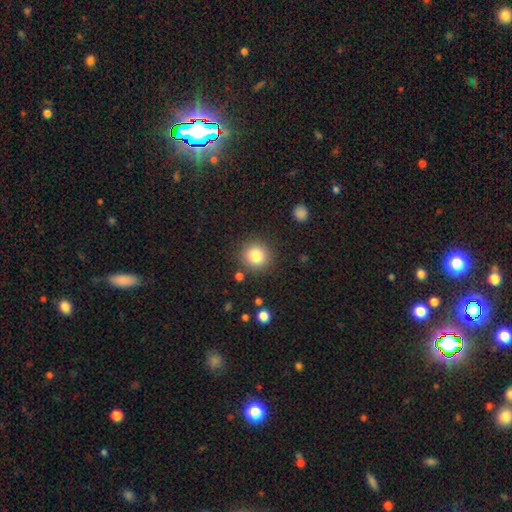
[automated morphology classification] Q: Smooth or featured?
A: smooth (82%); runner-up: star or artifact (11%)
Q: How rounded?
A: round (92%); runner-up: in between (7%)
Q: Merging?
A: none (87%); runner-up: minor disturbance (7%)